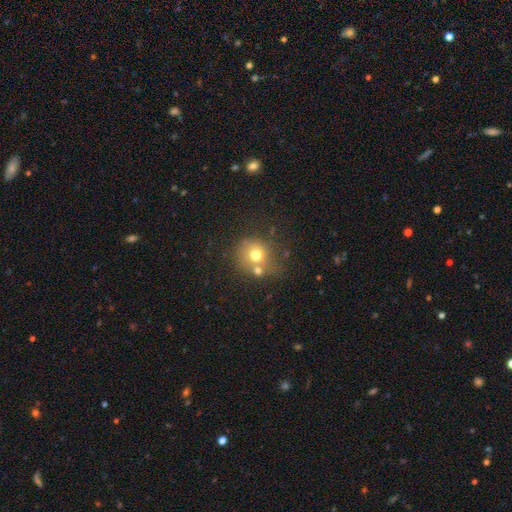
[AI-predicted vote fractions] This appears to be a smooth galaxy with no disk features (68%) that is round (85%). Merging: none (46%).